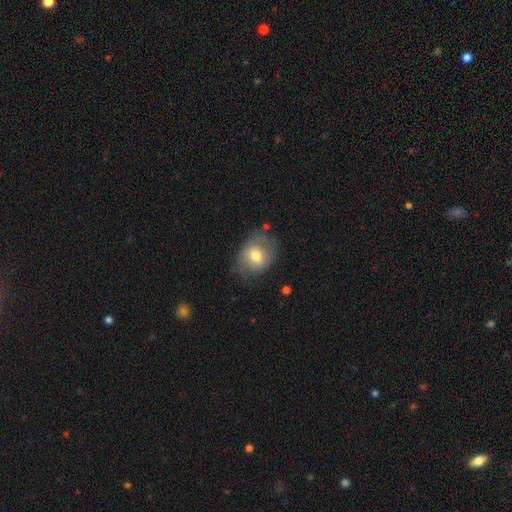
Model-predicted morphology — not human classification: smooth_or_featured: smooth (p=0.65) [alt: featured or disk p=0.27]
how_rounded: in between (p=0.56) [alt: round p=0.43]
merging: none (p=0.62) [alt: minor disturbance p=0.26]